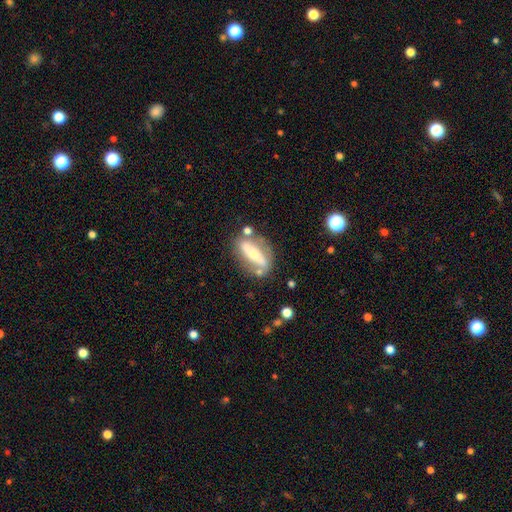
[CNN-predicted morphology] A featured or disk galaxy (62%).

Vote fractions:
- Smooth or featured? featured or disk: 62% / smooth: 30% / star or artifact: 8%
- Edge-on disk? no: 66% / yes: 34%
- Merging? none: 67% / minor disturbance: 18% / merger: 8% / major disturbance: 8%